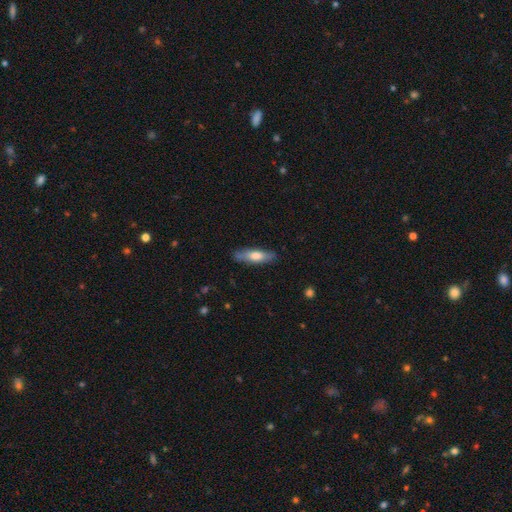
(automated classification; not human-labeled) Overall: smooth (64%; featured or disk 30%). How rounded: cigar-shaped (58%; in between 40%). Merging: none (79%).